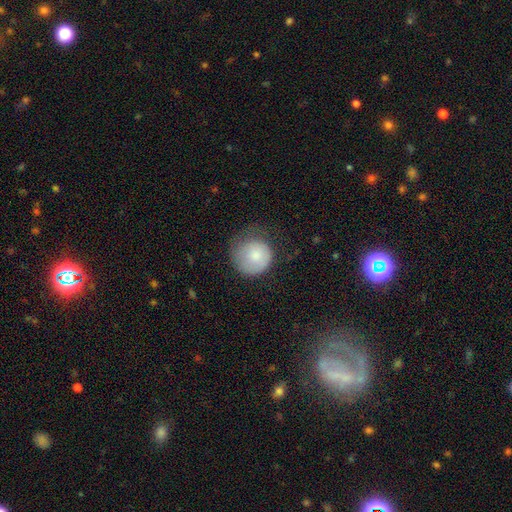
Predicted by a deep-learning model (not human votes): Smooth or featured?
  - smooth: 79% *
  - featured or disk: 15%
  - star or artifact: 6%
How rounded?
  - round: 91% *
  - in between: 8%
  - cigar-shaped: 1%
Merging?
  - none: 45% *
  - minor disturbance: 31%
  - major disturbance: 22%
  - merger: 1%